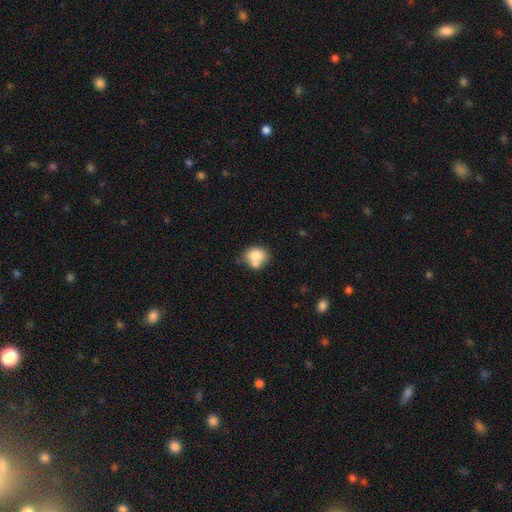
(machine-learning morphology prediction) The model was most divided on "merging": none: 47%, merger: 31%, minor disturbance: 17%, major disturbance: 5%. More confident: smooth or featured — smooth (75%); how rounded — round (64%).